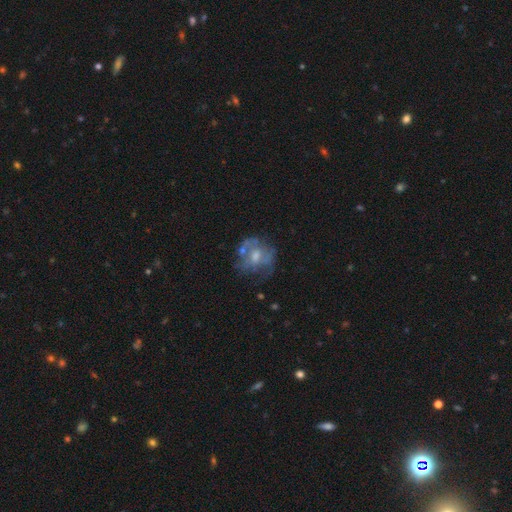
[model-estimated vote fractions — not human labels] smooth_or_featured: featured or disk (p=0.58) [alt: smooth p=0.30]
disk_edge_on: no (p=0.97) [alt: yes p=0.03]
bar: no (p=0.70) [alt: weak p=0.25]
has_spiral_arms: no (p=0.66) [alt: yes p=0.34]
bulge_size: moderate (p=0.53) [alt: small p=0.30]
merging: none (p=0.53) [alt: minor disturbance p=0.21]